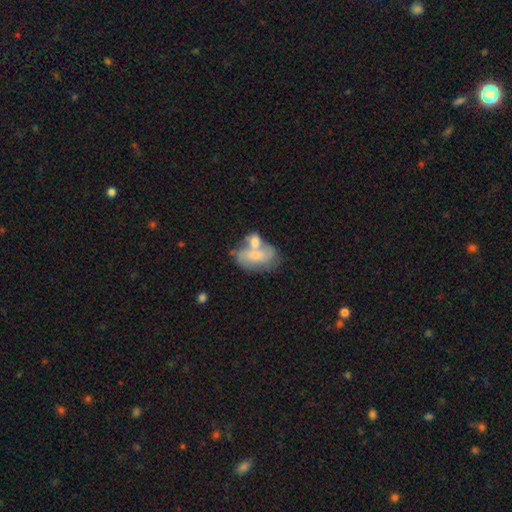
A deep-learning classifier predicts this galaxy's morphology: Smooth or featured? Predicted: smooth (p=0.48). Merging? Predicted: merger (p=0.52).